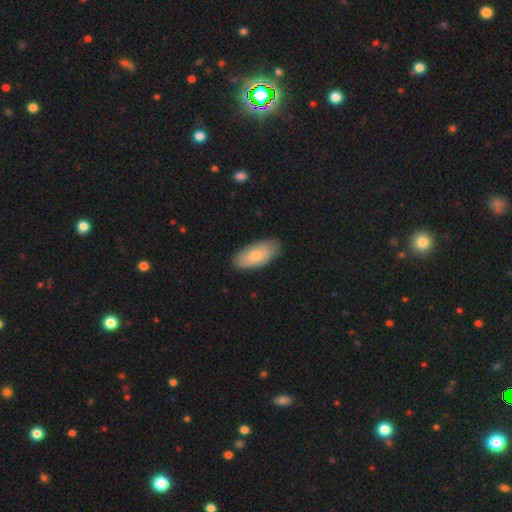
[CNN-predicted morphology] This appears to be a smooth galaxy with no disk features (72%) that is in between round and cigar-shaped (92%). Merging: none (82%).